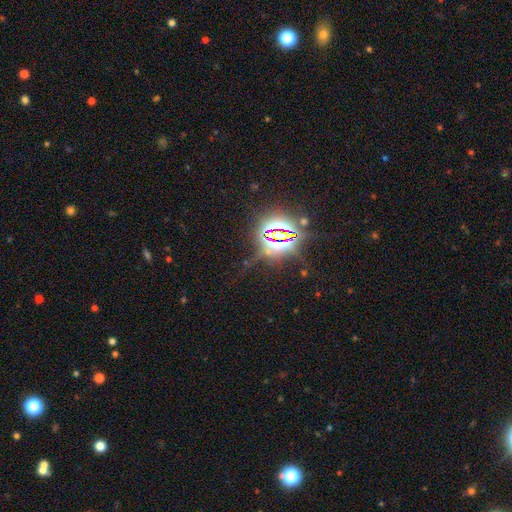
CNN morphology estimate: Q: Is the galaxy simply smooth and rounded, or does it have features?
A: star or artifact — 85%.